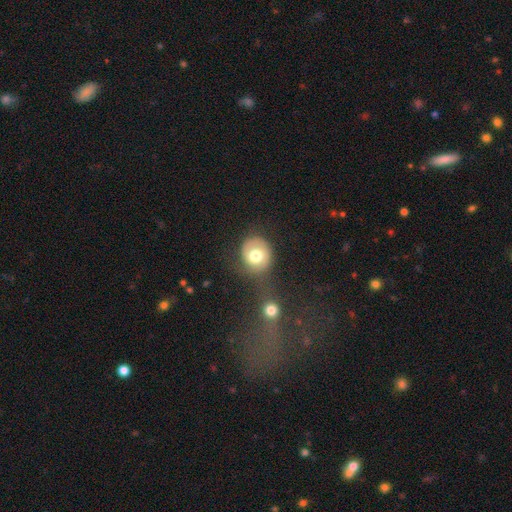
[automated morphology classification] Smooth or featured?
  - smooth: 68% *
  - featured or disk: 24%
  - star or artifact: 8%
How rounded?
  - round: 79% *
  - in between: 21%
  - cigar-shaped: 1%
Merging?
  - none: 47% *
  - merger: 19%
  - minor disturbance: 19%
  - major disturbance: 14%